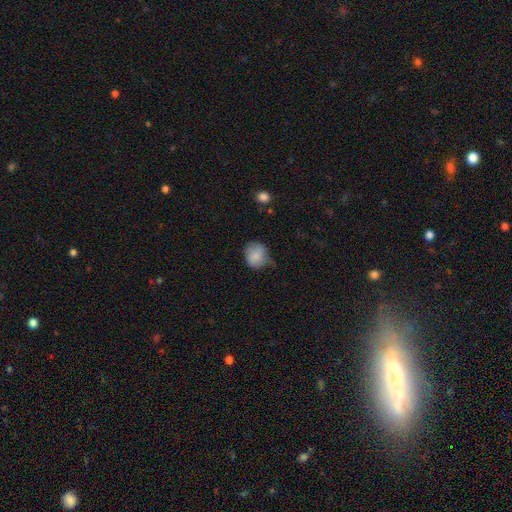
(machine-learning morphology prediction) Overall: smooth (82%). How rounded: round (67%; in between 32%). Merging: none (46%; minor disturbance 40%).